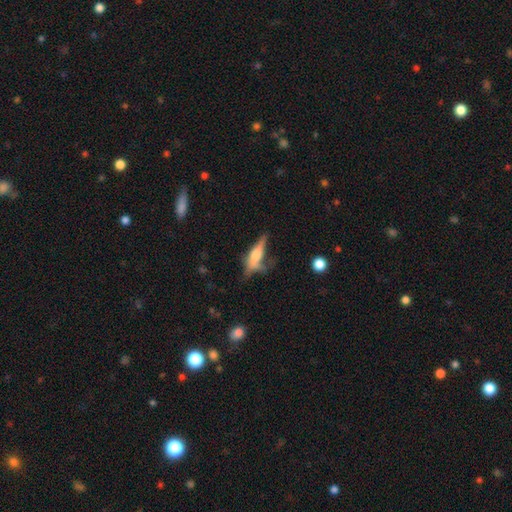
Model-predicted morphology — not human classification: A smooth galaxy with no disk features (50%) that is cigar-shaped (59%). Merging: none (37%).